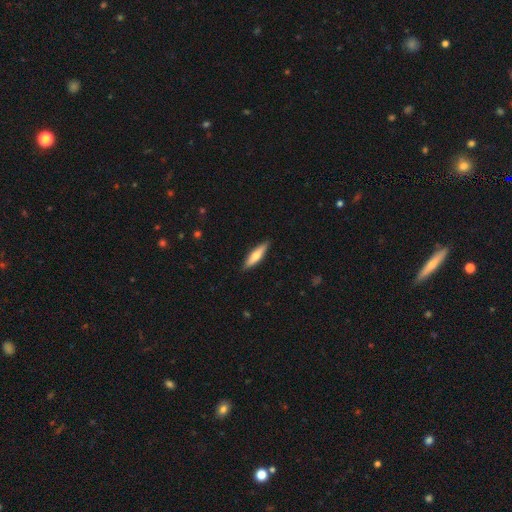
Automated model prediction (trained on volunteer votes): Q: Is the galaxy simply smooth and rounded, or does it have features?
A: smooth — 63%.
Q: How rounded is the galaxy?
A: cigar-shaped — 74%.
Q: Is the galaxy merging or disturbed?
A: none — 89%.